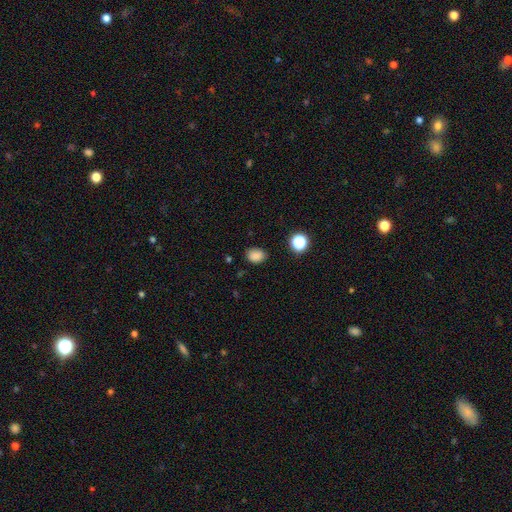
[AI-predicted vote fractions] Overall: smooth (83%). How rounded: in between (59%; round 40%). Merging: none (80%).